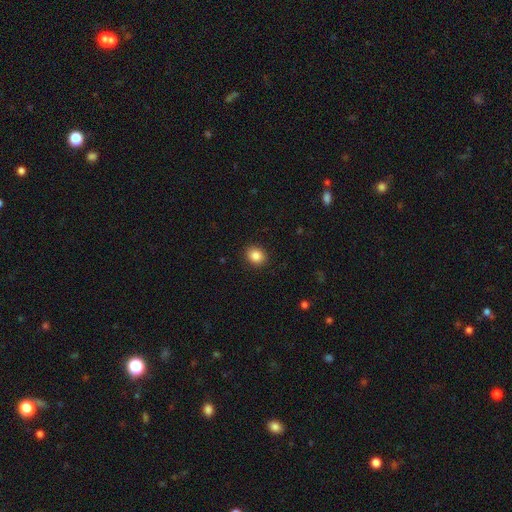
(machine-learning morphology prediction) A smooth galaxy with no disk features (86%) that is round (66%).

Vote fractions:
- Smooth or featured? smooth: 86% / star or artifact: 10% / featured or disk: 4%
- How rounded? round: 66% / in between: 33% / cigar-shaped: 1%
- Merging? none: 90% / minor disturbance: 7% / major disturbance: 2% / merger: 1%